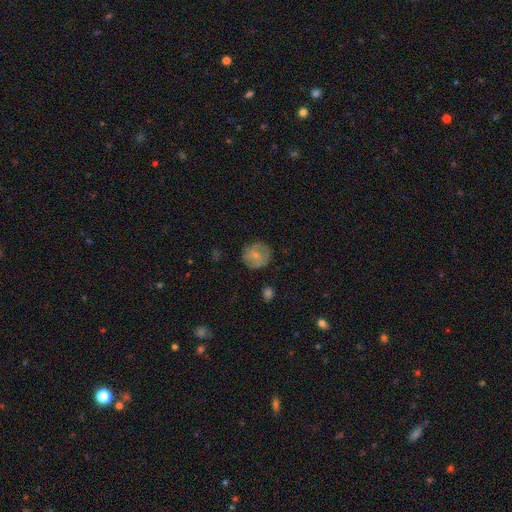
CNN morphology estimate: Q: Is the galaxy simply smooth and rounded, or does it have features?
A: smooth — 66%.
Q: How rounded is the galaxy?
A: round — 84%.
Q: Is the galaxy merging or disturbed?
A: none — 78%.